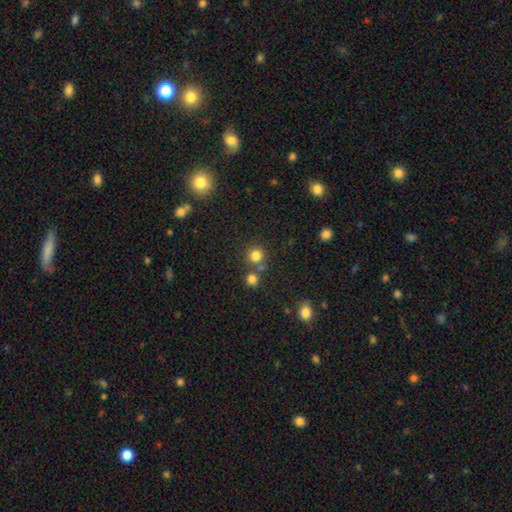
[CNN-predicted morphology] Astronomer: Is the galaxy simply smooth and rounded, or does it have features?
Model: smooth — 79%.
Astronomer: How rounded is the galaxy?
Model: round — 90%.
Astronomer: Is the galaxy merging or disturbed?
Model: none — 70%.